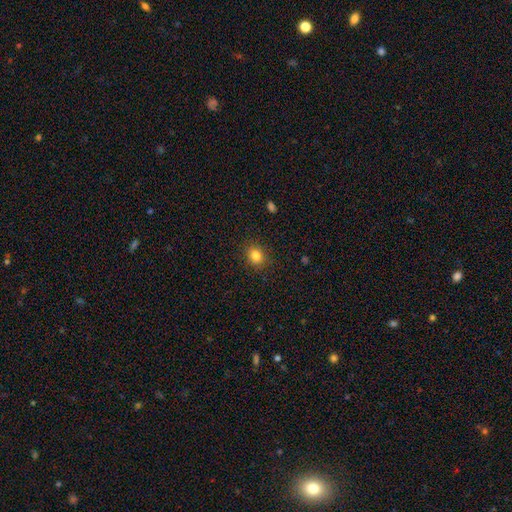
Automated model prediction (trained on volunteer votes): Smooth or featured? Predicted: smooth (p=0.83). How rounded? Predicted: round (p=0.58). Merging? Predicted: none (p=0.87).